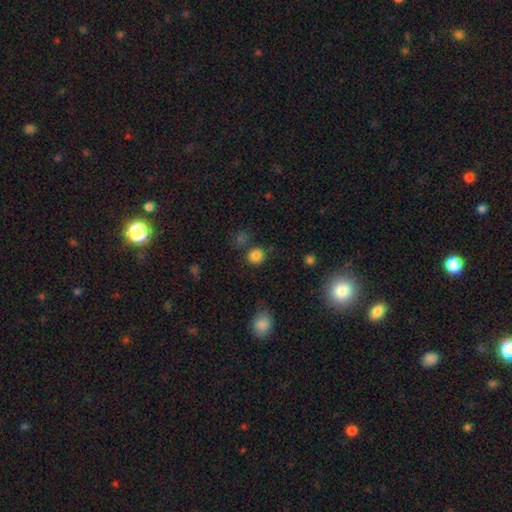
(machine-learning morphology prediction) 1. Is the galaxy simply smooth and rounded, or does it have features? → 83% smooth, 13% star or artifact, 4% featured or disk.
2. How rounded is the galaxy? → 88% round, 11% in between, 1% cigar-shaped.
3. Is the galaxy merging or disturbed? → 80% none, 10% minor disturbance, 7% merger, 3% major disturbance.